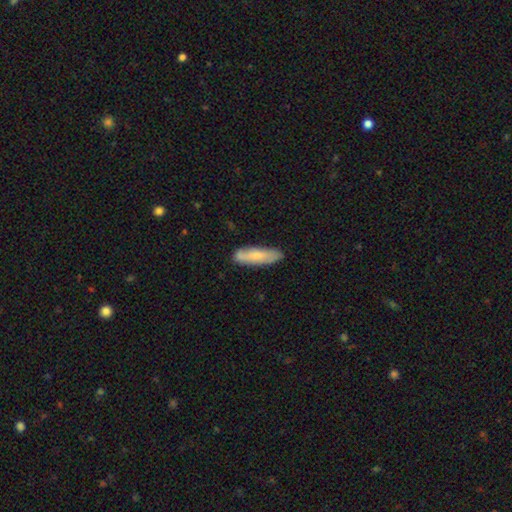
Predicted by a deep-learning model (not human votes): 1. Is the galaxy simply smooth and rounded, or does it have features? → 74% smooth, 20% featured or disk, 6% star or artifact.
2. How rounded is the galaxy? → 62% cigar-shaped, 36% in between, 2% round.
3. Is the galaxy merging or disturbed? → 78% none, 16% minor disturbance, 3% major disturbance, 3% merger.